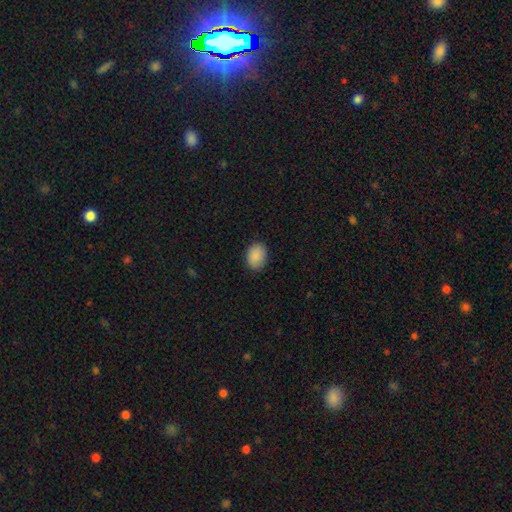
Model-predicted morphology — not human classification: smooth-or-featured: smooth: 89% | star or artifact: 7% | featured or disk: 3%
  how-rounded: in between: 67% | round: 32% | cigar-shaped: 1%
  merging: none: 87% | minor disturbance: 10% | major disturbance: 2% | merger: 1%